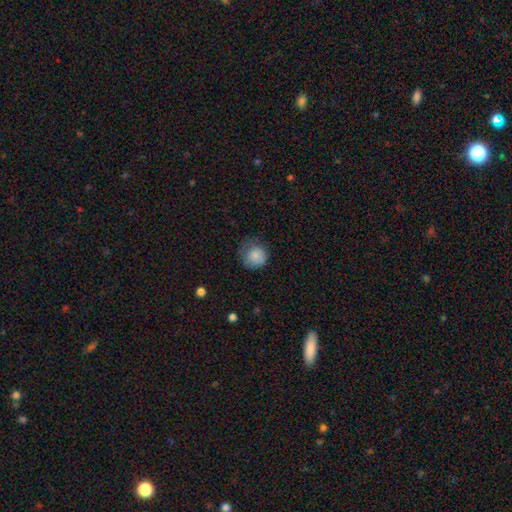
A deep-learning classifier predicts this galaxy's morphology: Smooth or featured: smooth — 84% (featured or disk — 8%)
How rounded: round — 90% (in between — 10%)
Merging: none — 61% (minor disturbance — 27%)